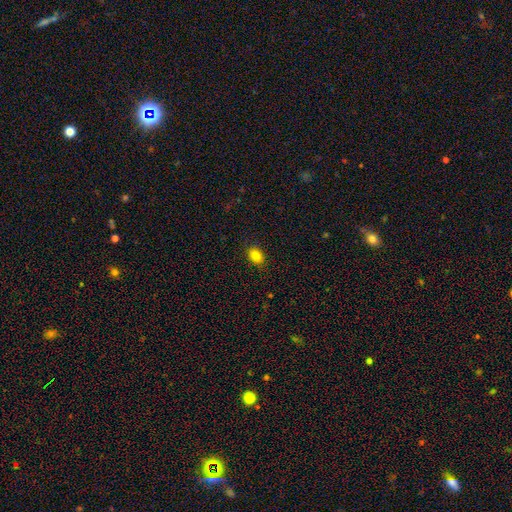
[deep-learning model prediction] Smooth or featured? Predicted: smooth (p=0.84). How rounded? Predicted: in between (p=0.69). Merging? Predicted: none (p=0.88).